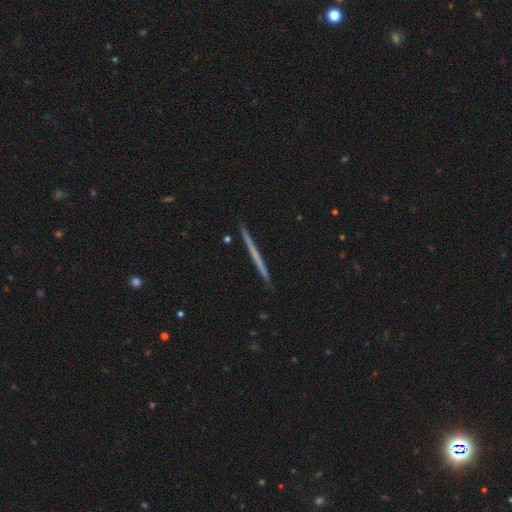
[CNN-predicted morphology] type=featured or disk (53%); edge-on=yes (98%); edge-on bulge=none (94%); merging=none (92%).